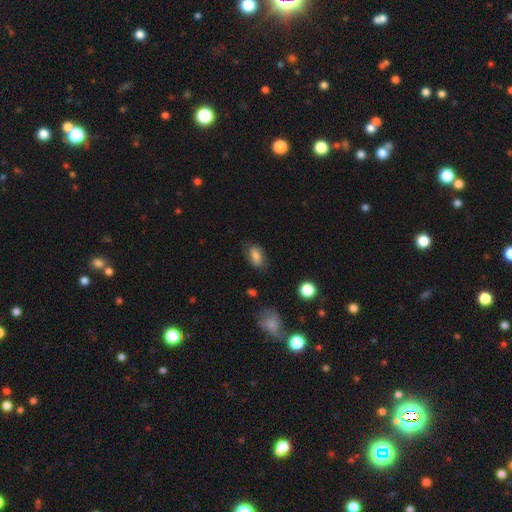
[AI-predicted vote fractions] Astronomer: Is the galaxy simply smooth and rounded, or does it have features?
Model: smooth — 73%.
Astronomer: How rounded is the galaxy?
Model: in between — 88%.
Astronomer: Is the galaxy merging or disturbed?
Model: none — 72%.